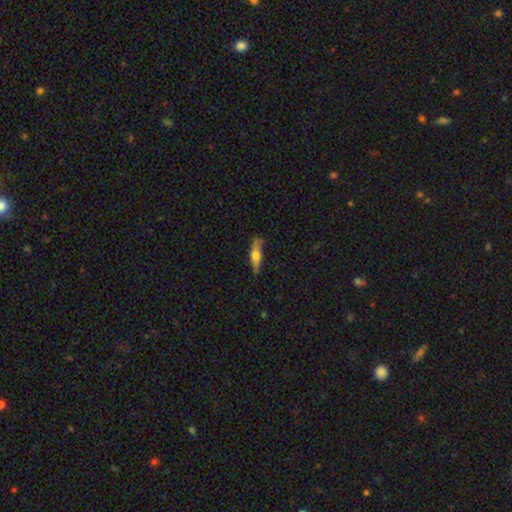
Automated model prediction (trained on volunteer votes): Smooth or featured? smooth (48%)
Merging? none (68%)